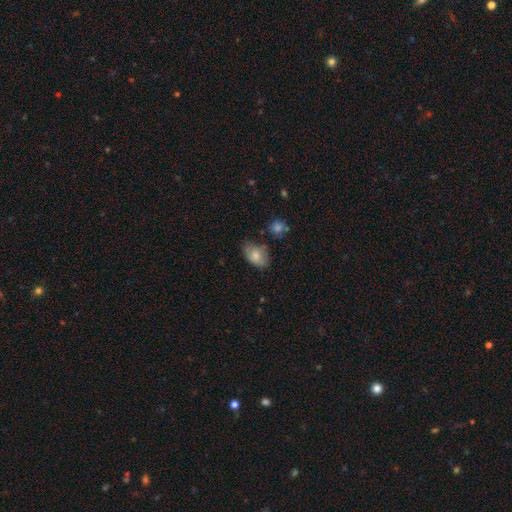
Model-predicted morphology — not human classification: smooth-or-featured: smooth: 77% | featured or disk: 15% | star or artifact: 8%
  how-rounded: in between: 86% | round: 12% | cigar-shaped: 1%
  merging: none: 60% | minor disturbance: 30% | major disturbance: 7% | merger: 4%